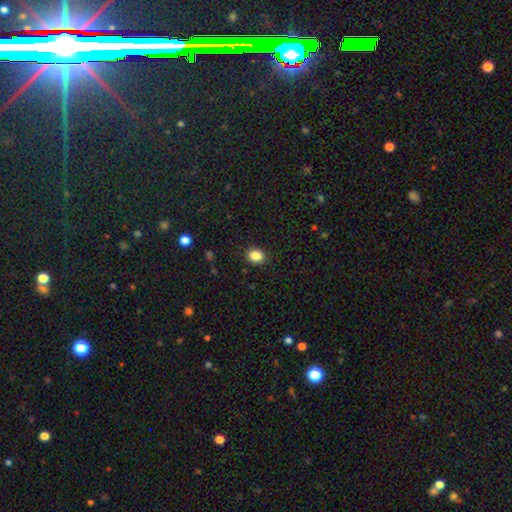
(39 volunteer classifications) Morphology: type=smooth (90%); roundness=round (60%); merging=none (92%).